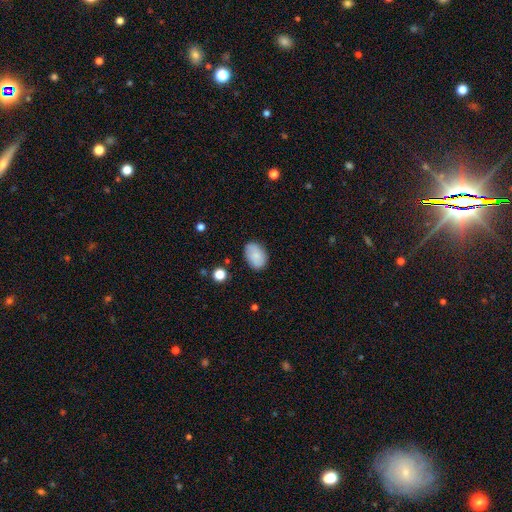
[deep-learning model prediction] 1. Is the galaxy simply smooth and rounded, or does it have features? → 78% smooth, 14% featured or disk, 8% star or artifact.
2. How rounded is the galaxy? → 85% in between, 14% round, 1% cigar-shaped.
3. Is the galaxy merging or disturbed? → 79% none, 16% minor disturbance, 3% major disturbance, 2% merger.